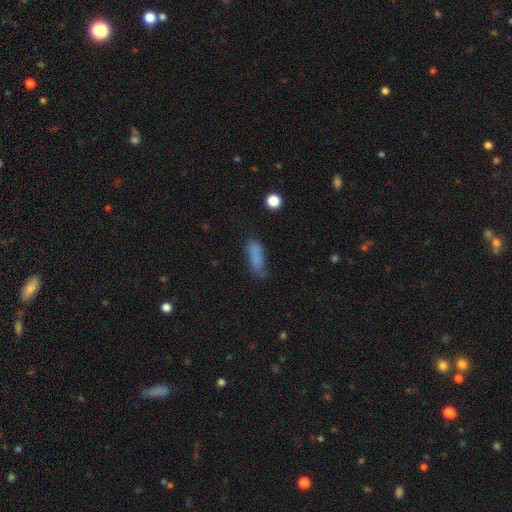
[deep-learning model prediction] Smooth or featured: smooth — 79% (featured or disk — 11%)
How rounded: in between — 55% (cigar-shaped — 42%)
Merging: none — 57% (minor disturbance — 28%)